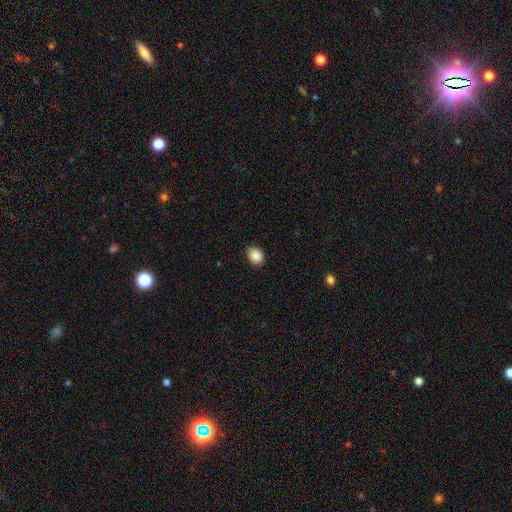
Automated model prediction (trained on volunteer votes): A smooth galaxy with no disk features (89%) that is in between round and cigar-shaped (59%). Merging: none (89%).